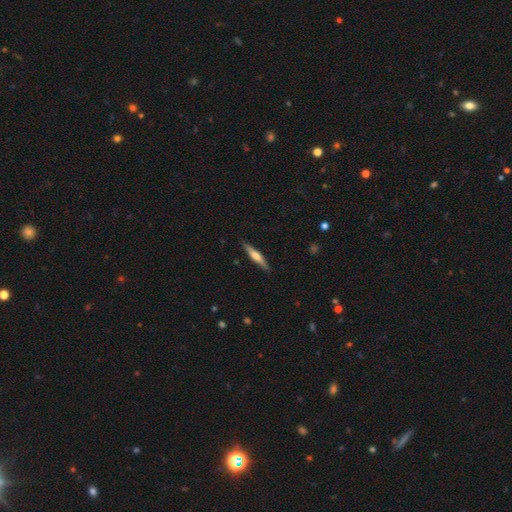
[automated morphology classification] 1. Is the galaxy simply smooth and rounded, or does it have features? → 50% featured or disk, 44% smooth, 6% star or artifact.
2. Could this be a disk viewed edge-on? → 96% yes, 4% no.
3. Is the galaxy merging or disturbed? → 89% none, 8% minor disturbance, 2% major disturbance, 1% merger.